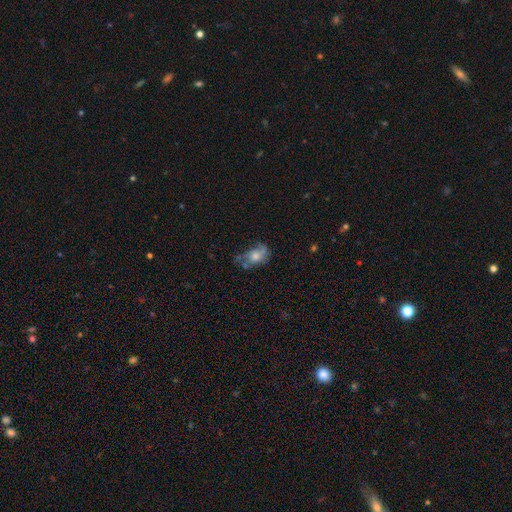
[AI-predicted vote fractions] A featured or disk galaxy (47%). Merging: none (39%).